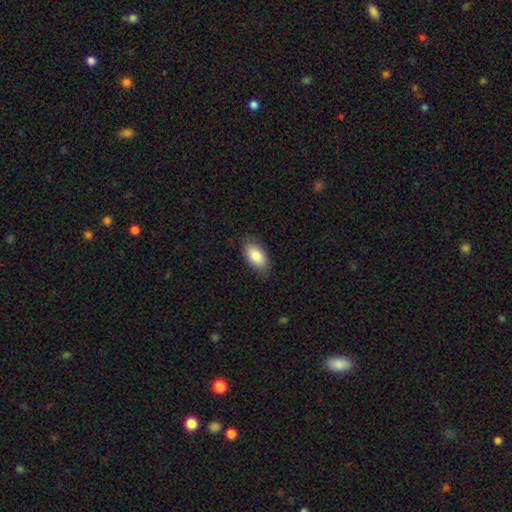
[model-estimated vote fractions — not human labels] This appears to be a smooth galaxy with no disk features (84%) that is in between round and cigar-shaped (93%). Merging: none (82%).